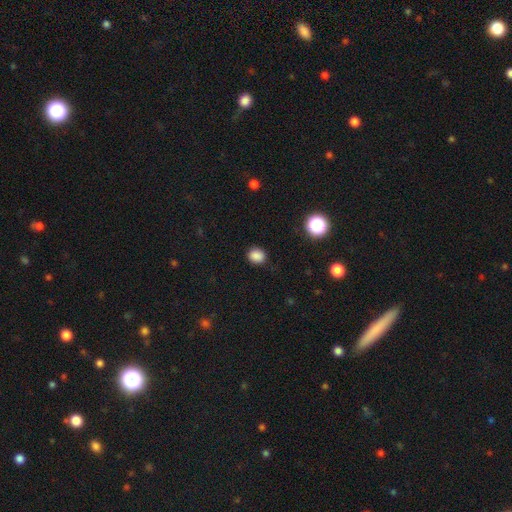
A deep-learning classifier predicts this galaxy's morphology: Smooth or featured: smooth — 85% (star or artifact — 12%)
How rounded: round — 67% (in between — 32%)
Merging: none — 86% (minor disturbance — 10%)